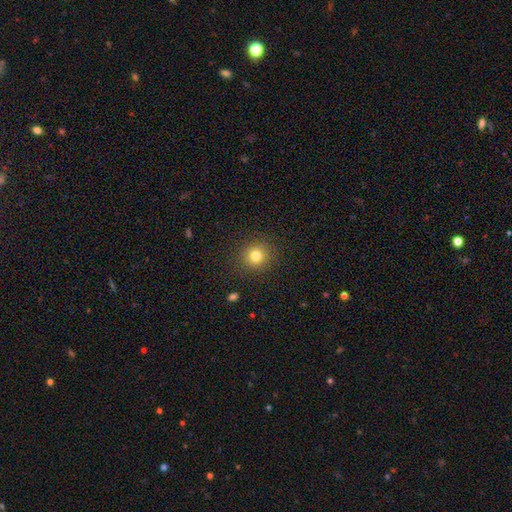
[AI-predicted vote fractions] This is likely a smooth galaxy (80%). How rounded: clearly round (90%). Merging: clearly none (89%).